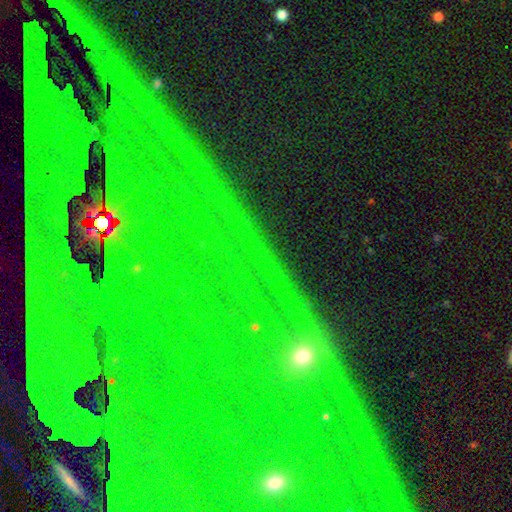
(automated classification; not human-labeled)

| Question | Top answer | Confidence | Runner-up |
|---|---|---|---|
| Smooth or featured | star or artifact | 74% | featured or disk (14%) |